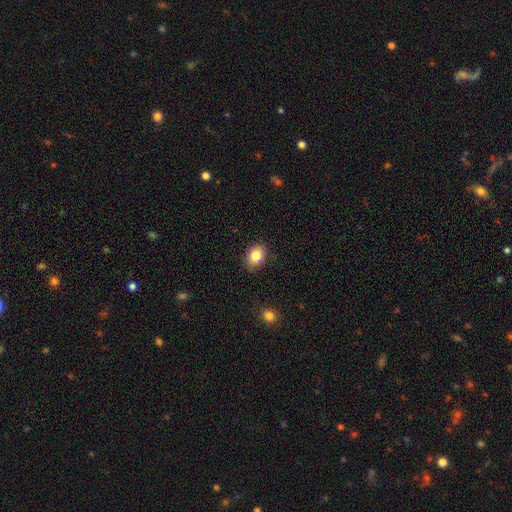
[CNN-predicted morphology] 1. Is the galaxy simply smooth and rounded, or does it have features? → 83% smooth, 10% star or artifact, 7% featured or disk.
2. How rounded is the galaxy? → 61% in between, 38% round, 1% cigar-shaped.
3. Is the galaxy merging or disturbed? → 84% none, 12% minor disturbance, 2% major disturbance, 2% merger.